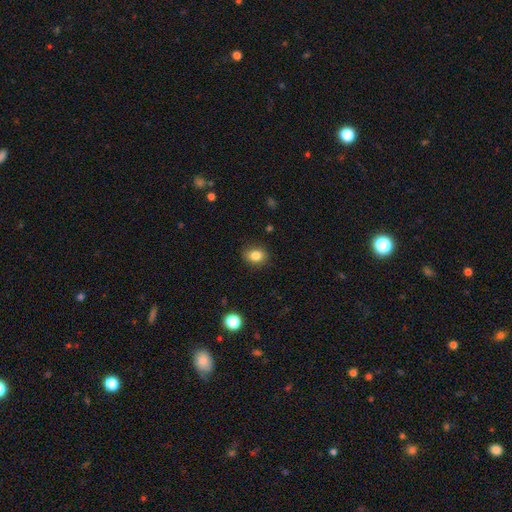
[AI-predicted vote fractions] This is clearly a smooth galaxy (85%). How rounded: possibly in between (54%). Merging: clearly none (87%).